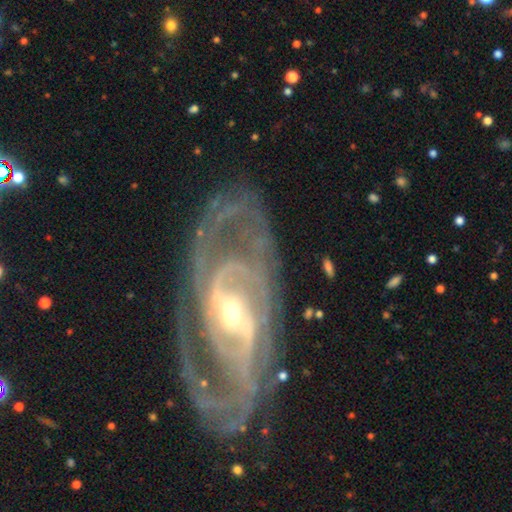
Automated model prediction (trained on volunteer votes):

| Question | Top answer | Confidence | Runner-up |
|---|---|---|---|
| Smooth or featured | featured or disk | 90% | star or artifact (6%) |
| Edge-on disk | no | 94% | yes (6%) |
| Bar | weak | 38% | no (31%) |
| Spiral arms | yes | 97% | no (3%) |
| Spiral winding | tight | 51% | medium (39%) |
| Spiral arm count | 2 | 48% | can't tell (17%) |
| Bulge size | small | 56% | moderate (39%) |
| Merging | none | 76% | minor disturbance (15%) |